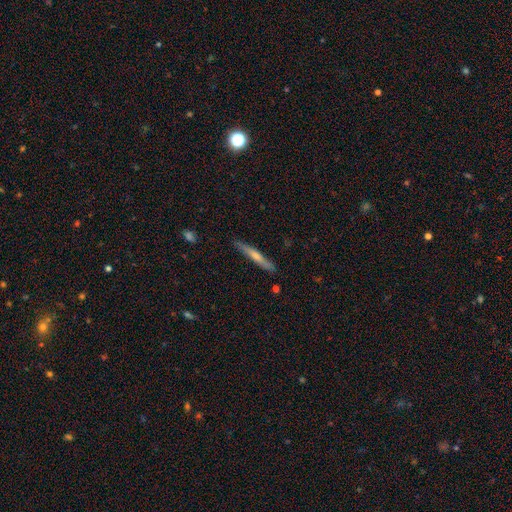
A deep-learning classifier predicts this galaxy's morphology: This appears to be a featured or disk galaxy (53%) viewed edge-on (95%) with a rounded central bulge (66%). Merging: none (87%).